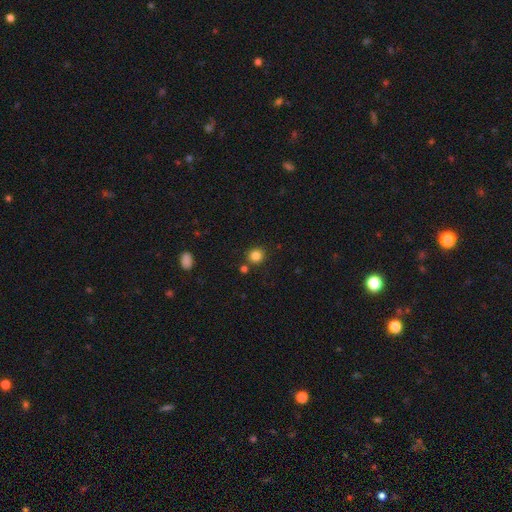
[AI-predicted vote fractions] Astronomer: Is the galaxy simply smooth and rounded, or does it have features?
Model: smooth — 84%.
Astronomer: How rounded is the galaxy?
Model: round — 89%.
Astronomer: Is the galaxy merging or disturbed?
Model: none — 83%.